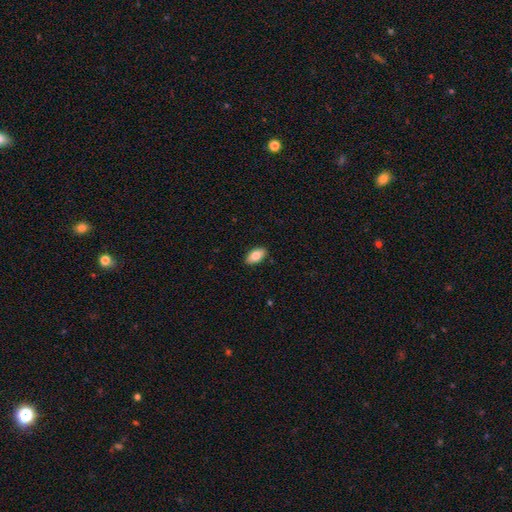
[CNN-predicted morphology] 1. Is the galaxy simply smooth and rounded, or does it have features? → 81% smooth, 12% featured or disk, 7% star or artifact.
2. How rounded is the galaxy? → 93% in between, 4% cigar-shaped, 3% round.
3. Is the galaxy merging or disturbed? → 89% none, 9% minor disturbance, 2% major disturbance, 1% merger.